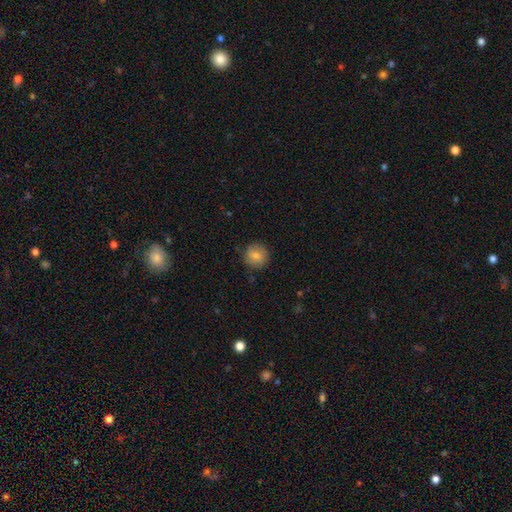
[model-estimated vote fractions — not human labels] Smooth or featured? smooth (80%)
How rounded? round (91%)
Merging? none (85%)